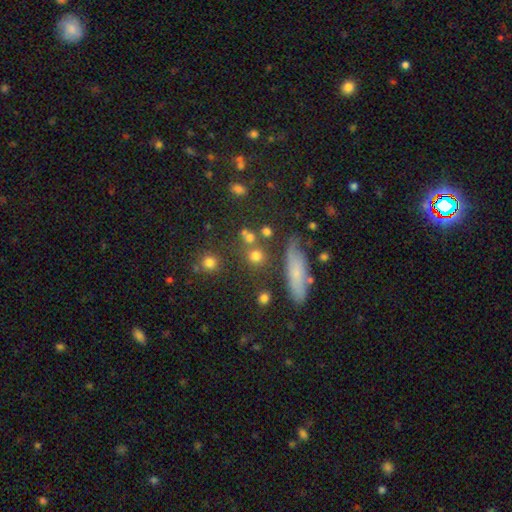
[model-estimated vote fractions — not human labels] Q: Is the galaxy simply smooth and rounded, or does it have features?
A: smooth — 73%.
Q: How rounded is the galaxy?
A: round — 81%.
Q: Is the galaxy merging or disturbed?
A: none — 70%.